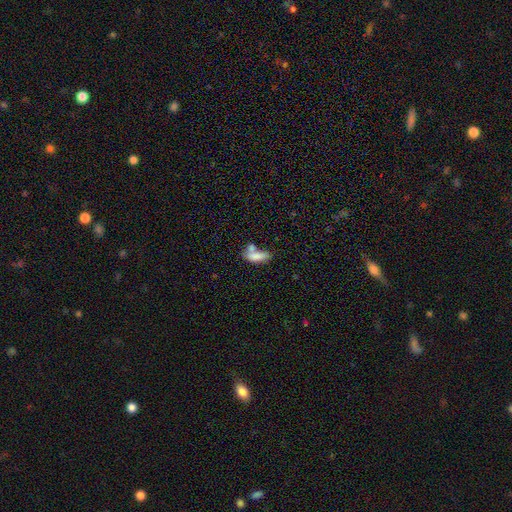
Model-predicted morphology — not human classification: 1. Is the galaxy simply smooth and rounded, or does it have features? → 78% smooth, 14% featured or disk, 8% star or artifact.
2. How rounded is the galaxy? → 71% in between, 26% cigar-shaped, 3% round.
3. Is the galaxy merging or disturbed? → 40% merger, 37% none, 15% minor disturbance, 8% major disturbance.